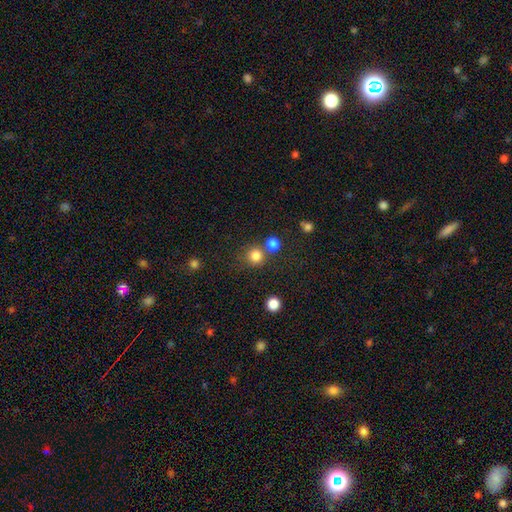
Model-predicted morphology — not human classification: Smooth or featured? smooth (81%)
How rounded? round (91%)
Merging? none (69%)